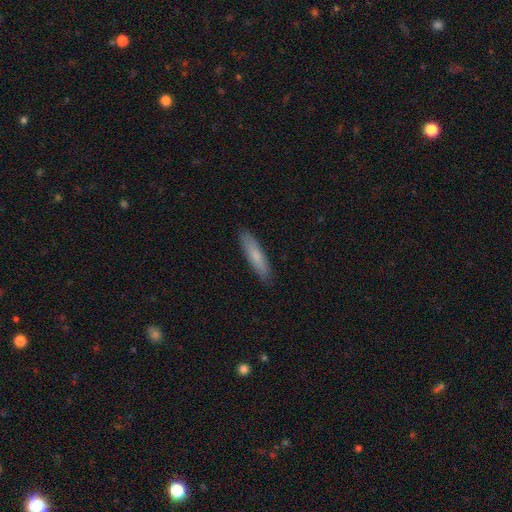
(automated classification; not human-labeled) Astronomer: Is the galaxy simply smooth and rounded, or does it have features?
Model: smooth — 76%.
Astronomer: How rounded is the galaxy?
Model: cigar-shaped — 82%.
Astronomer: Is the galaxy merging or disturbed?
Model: none — 89%.